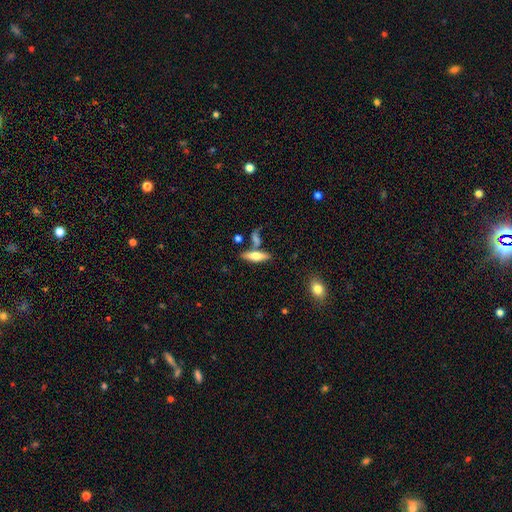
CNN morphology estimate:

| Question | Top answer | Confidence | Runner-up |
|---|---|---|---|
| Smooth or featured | smooth | 55% | featured or disk (39%) |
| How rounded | cigar-shaped | 58% | in between (39%) |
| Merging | none | 66% | merger (17%) |